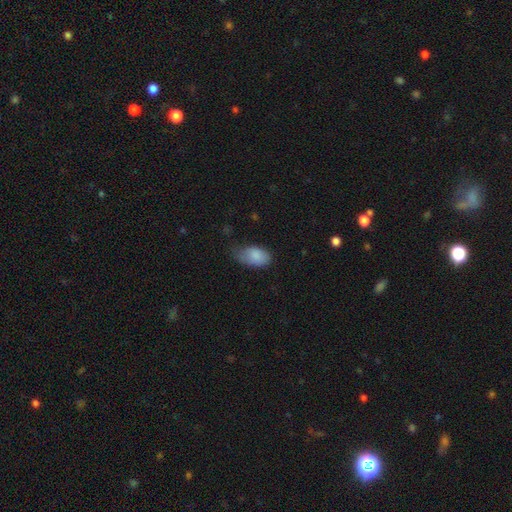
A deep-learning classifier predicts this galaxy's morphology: A smooth galaxy with no disk features (86%) that is in between round and cigar-shaped (92%). Merging: minor disturbance (42%).